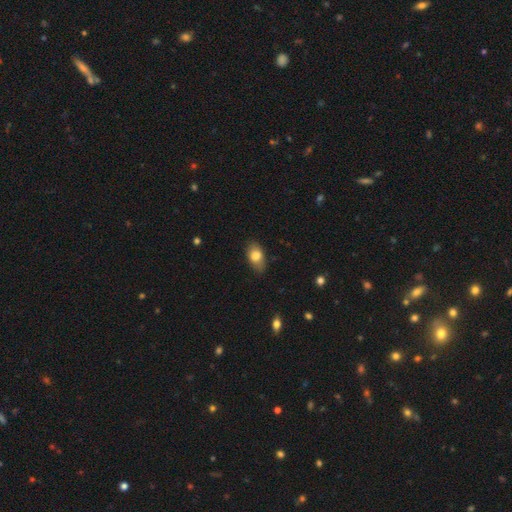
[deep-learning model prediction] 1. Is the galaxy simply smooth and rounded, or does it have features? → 81% smooth, 12% featured or disk, 7% star or artifact.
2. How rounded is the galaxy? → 87% in between, 9% round, 3% cigar-shaped.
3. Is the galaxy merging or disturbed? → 78% none, 18% minor disturbance, 3% major disturbance, 1% merger.